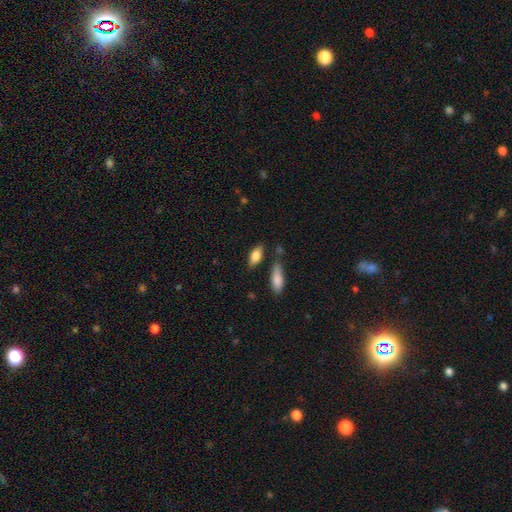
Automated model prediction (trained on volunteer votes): Smooth or featured? Predicted: smooth (p=0.79). How rounded? Predicted: in between (p=0.80). Merging? Predicted: none (p=0.72).